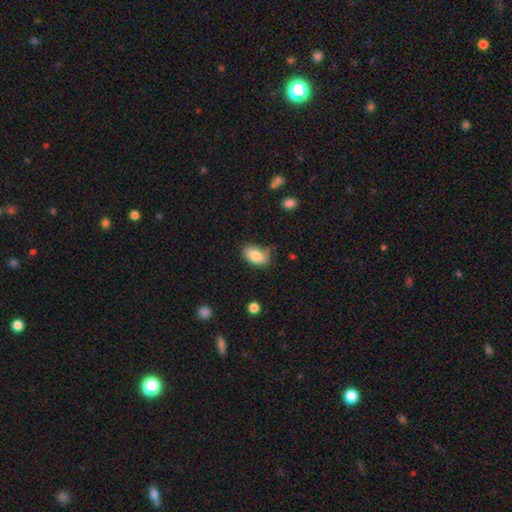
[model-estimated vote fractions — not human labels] Smooth or featured? Predicted: smooth (p=0.84). How rounded? Predicted: in between (p=0.91). Merging? Predicted: none (p=0.70).